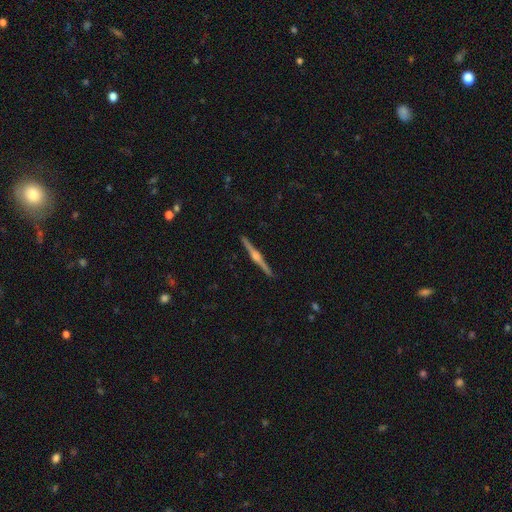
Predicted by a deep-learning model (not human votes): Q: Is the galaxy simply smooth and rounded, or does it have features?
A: featured or disk — 84%.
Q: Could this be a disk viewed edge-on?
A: yes — 99%.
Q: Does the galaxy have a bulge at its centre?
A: rounded — 88%.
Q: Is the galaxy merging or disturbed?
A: none — 93%.